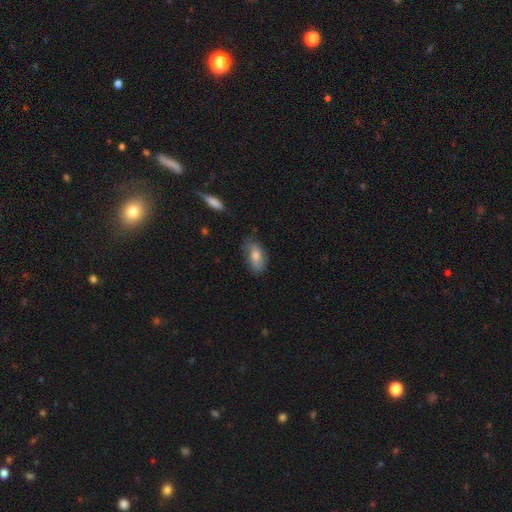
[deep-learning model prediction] Smooth or featured?
  - smooth: 70% *
  - featured or disk: 22%
  - star or artifact: 8%
How rounded?
  - in between: 89% *
  - round: 6%
  - cigar-shaped: 5%
Merging?
  - none: 71% *
  - minor disturbance: 22%
  - major disturbance: 5%
  - merger: 2%